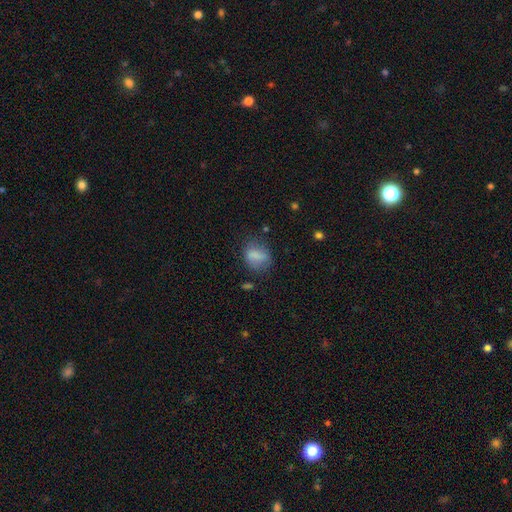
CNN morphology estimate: The model was most divided on "how rounded": in between: 63%, round: 35%, cigar-shaped: 3%. More confident: smooth or featured — smooth (76%); merging — none (58%).